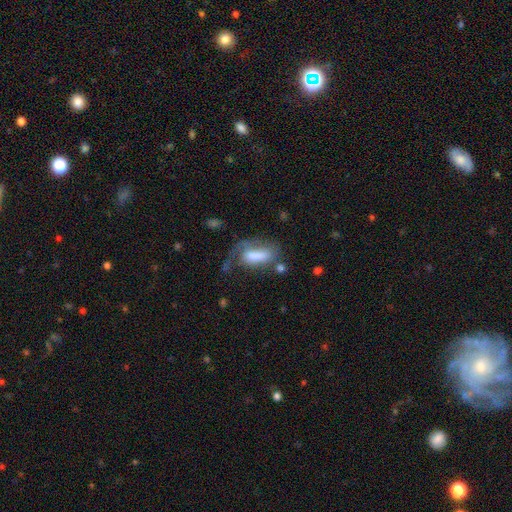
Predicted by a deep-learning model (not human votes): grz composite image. It shows a smooth galaxy with no disk features (59%) that is in between round and cigar-shaped (81%). Merging: major disturbance (39%).